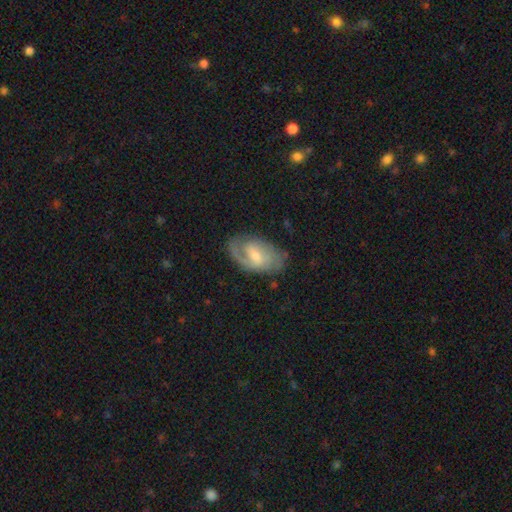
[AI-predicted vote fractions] Morphology: type=featured or disk (74%); edge-on=no (95%); bar=weak (55%); spiral arms=yes (90%); winding=medium (44%); arm count=2 (53%); bulge=moderate (47%); merging=none (69%).